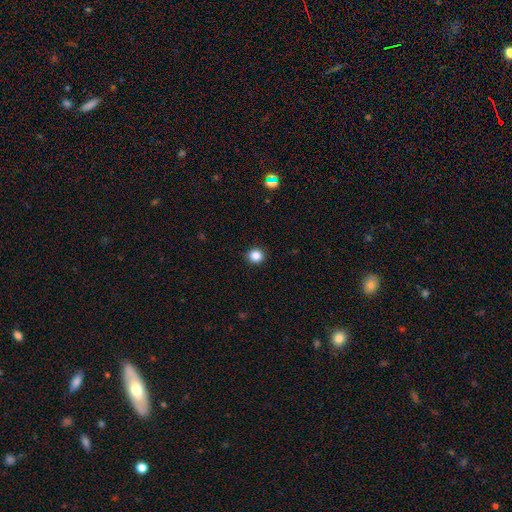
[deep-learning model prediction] The model was most divided on "smooth or featured": smooth: 85%, star or artifact: 11%, featured or disk: 3%. More confident: merging — none (92%); how rounded — round (91%).